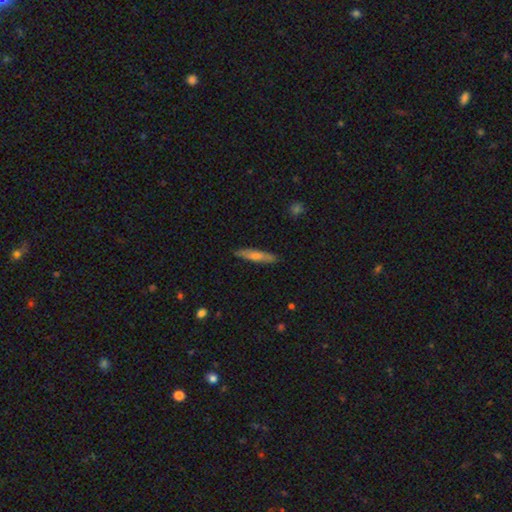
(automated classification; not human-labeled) Smooth or featured? Predicted: smooth (p=0.55). How rounded? Predicted: cigar-shaped (p=0.89). Merging? Predicted: none (p=0.87).